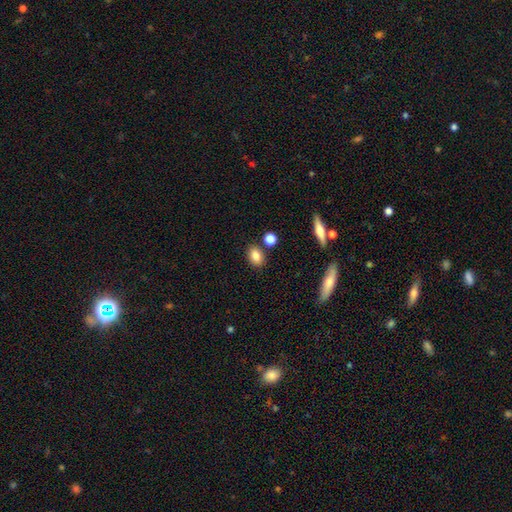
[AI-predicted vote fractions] A smooth galaxy with no disk features (82%) that is in between round and cigar-shaped (67%).

Vote fractions:
- Smooth or featured? smooth: 82% / star or artifact: 10% / featured or disk: 8%
- How rounded? in between: 67% / round: 31% / cigar-shaped: 2%
- Merging? none: 82% / minor disturbance: 9% / merger: 7% / major disturbance: 2%